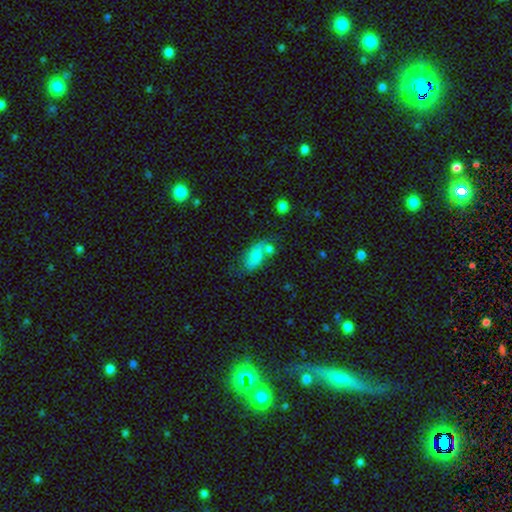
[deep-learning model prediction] This is likely a smooth galaxy (66%). How rounded: clearly in between (89%). Merging: marginally none (42%).